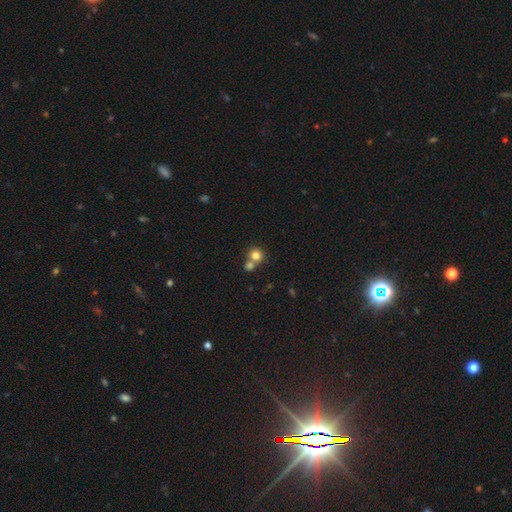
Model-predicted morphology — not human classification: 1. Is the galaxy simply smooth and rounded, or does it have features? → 80% smooth, 12% star or artifact, 8% featured or disk.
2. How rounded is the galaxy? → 87% round, 12% in between, 1% cigar-shaped.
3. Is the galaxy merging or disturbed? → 51% none, 40% merger, 7% minor disturbance, 3% major disturbance.